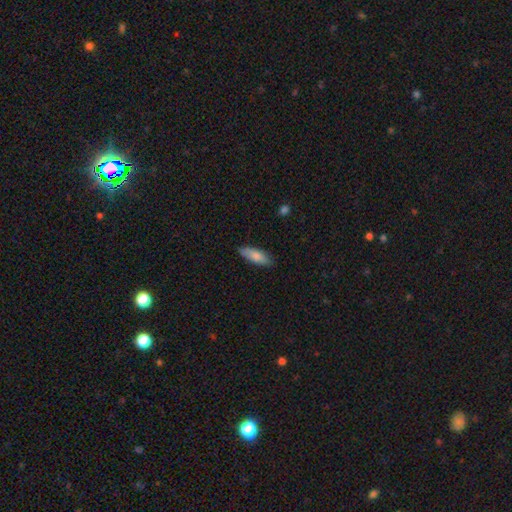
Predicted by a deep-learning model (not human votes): This is clearly a smooth galaxy (81%). How rounded: likely in between (63%). Merging: clearly none (84%).